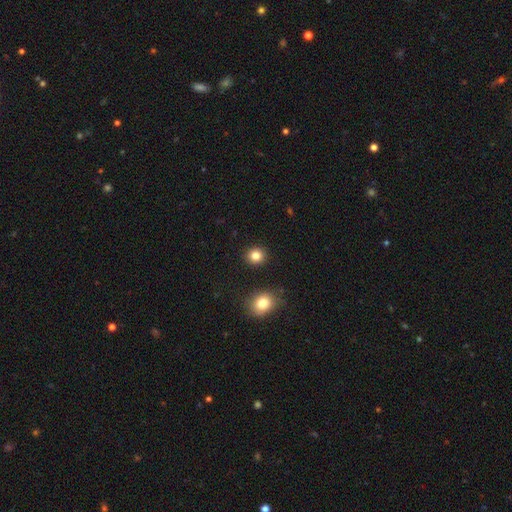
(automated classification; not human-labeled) Smooth or featured?
  - smooth: 83% *
  - star or artifact: 11%
  - featured or disk: 6%
How rounded?
  - round: 87% *
  - in between: 12%
  - cigar-shaped: 1%
Merging?
  - none: 90% *
  - minor disturbance: 5%
  - merger: 2%
  - major disturbance: 2%